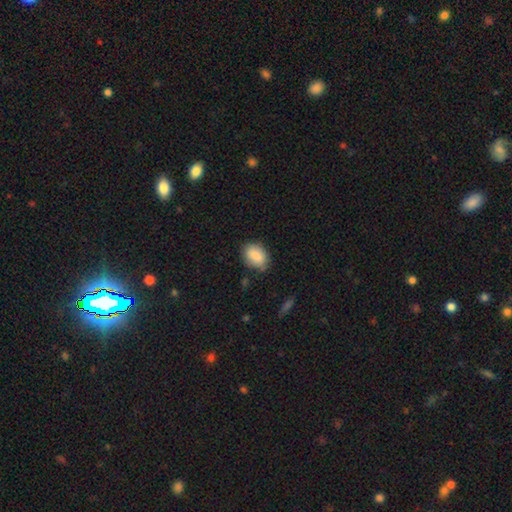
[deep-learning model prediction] Morphology: type=smooth (85%); roundness=in between (74%); merging=none (75%).